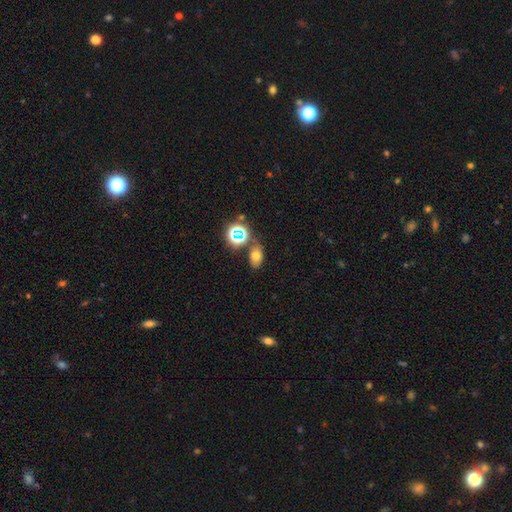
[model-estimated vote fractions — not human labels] Smooth or featured?
  - smooth: 65% *
  - star or artifact: 22%
  - featured or disk: 13%
How rounded?
  - in between: 82% *
  - round: 16%
  - cigar-shaped: 2%
Merging?
  - none: 73% *
  - minor disturbance: 13%
  - merger: 10%
  - major disturbance: 4%